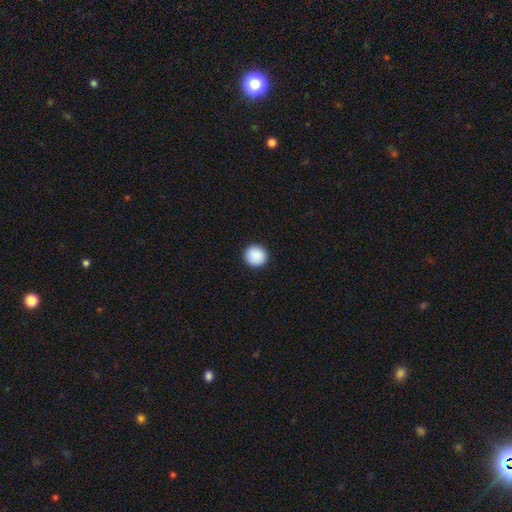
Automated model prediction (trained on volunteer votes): smooth 90%, star or artifact 7%, featured or disk 2%. Down the decision tree: how rounded — round (95%); merging — none (93%).